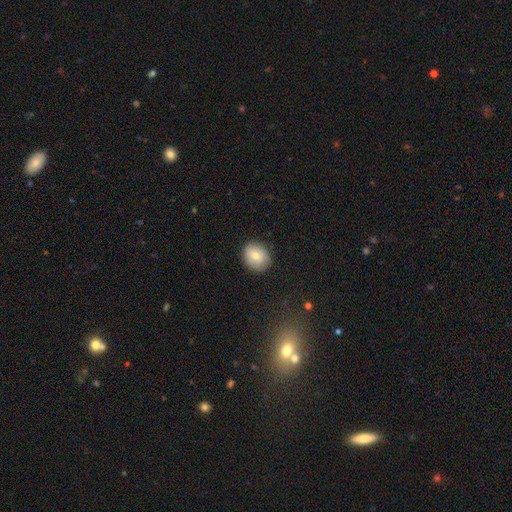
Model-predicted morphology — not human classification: Smooth or featured? Predicted: smooth (p=0.77). How rounded? Predicted: round (p=0.56). Merging? Predicted: none (p=0.86).